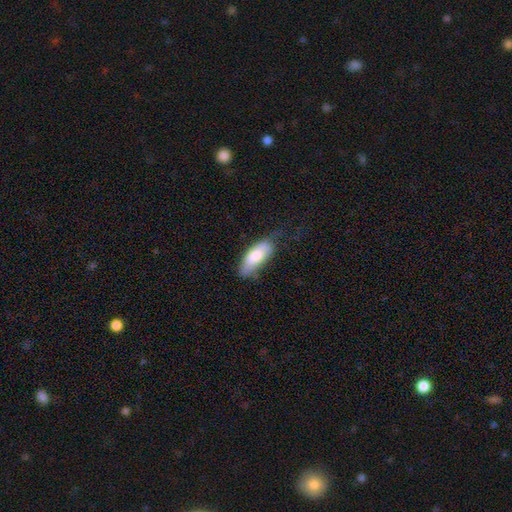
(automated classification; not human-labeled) This appears to be a smooth galaxy with no disk features (74%) that is in between round and cigar-shaped (78%). Merging: none (53%).